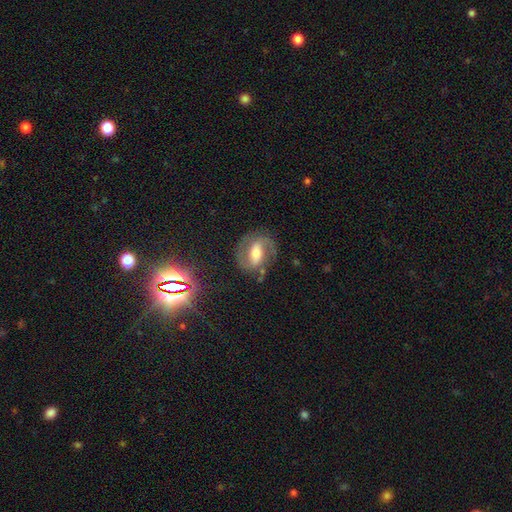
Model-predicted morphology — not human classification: Smooth or featured? featured or disk (75%)
Edge-on disk? no (96%)
Bar? strong (45%)
Spiral arms? yes (90%)
Spiral winding? medium (53%)
Spiral arm count? 2 (87%)
Bulge size? moderate (58%)
Merging? none (74%)